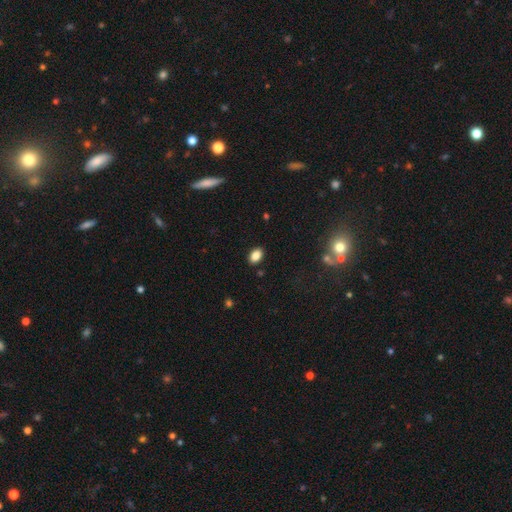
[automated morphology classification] A smooth galaxy with no disk features (86%) that is in between round and cigar-shaped (84%).

Vote fractions:
- Smooth or featured? smooth: 86% / star or artifact: 9% / featured or disk: 4%
- How rounded? in between: 84% / round: 15% / cigar-shaped: 1%
- Merging? none: 88% / minor disturbance: 8% / major disturbance: 2% / merger: 1%